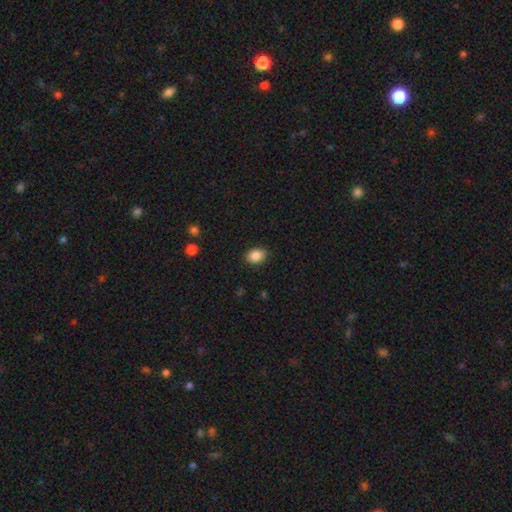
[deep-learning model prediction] Q: Smooth or featured?
A: smooth (87%); runner-up: star or artifact (8%)
Q: How rounded?
A: in between (73%); runner-up: round (26%)
Q: Merging?
A: none (87%); runner-up: minor disturbance (10%)